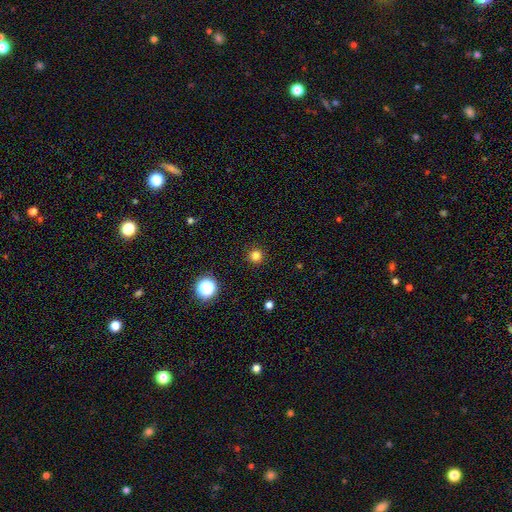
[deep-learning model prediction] smooth_or_featured: smooth (p=0.81) [alt: star or artifact p=0.16]
how_rounded: round (p=0.96) [alt: in between p=0.03]
merging: none (p=0.92) [alt: minor disturbance p=0.05]